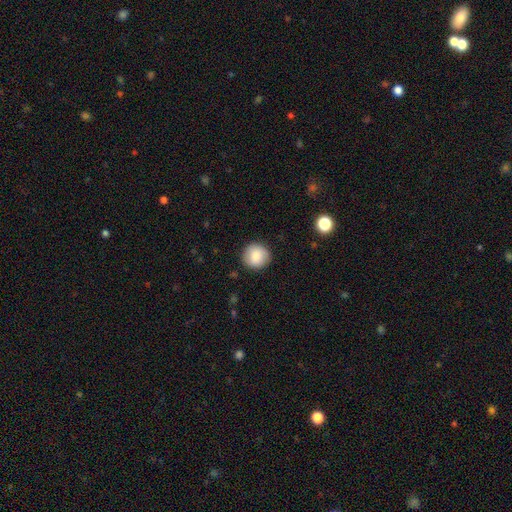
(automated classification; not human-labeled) Morphology: type=smooth (83%); roundness=round (94%); merging=none (90%).